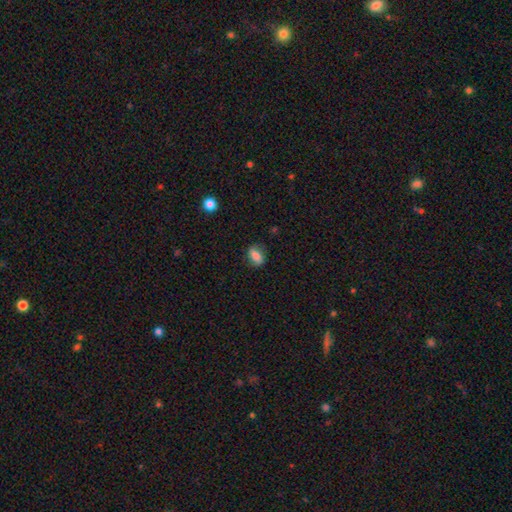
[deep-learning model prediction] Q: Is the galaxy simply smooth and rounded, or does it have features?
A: smooth — 68%.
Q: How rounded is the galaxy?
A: in between — 78%.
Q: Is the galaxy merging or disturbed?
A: none — 75%.